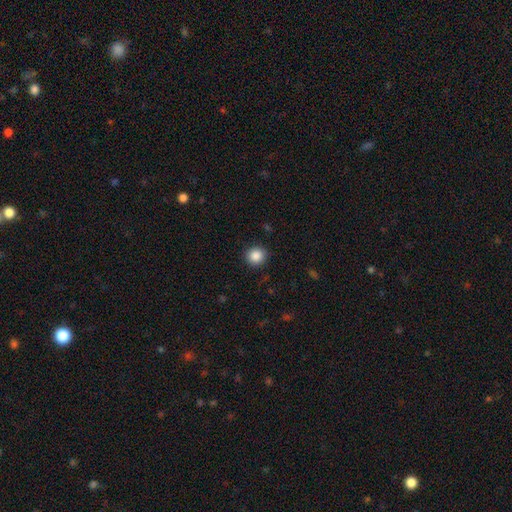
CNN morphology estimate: A smooth galaxy with no disk features (87%) that is round (92%). Merging: none (90%).